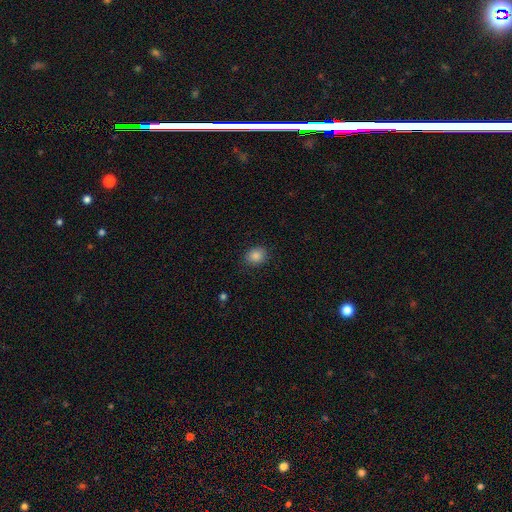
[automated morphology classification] The model was most divided on "how rounded": round: 63%, in between: 36%, cigar-shaped: 1%. More confident: merging — none (86%); smooth or featured — smooth (86%).